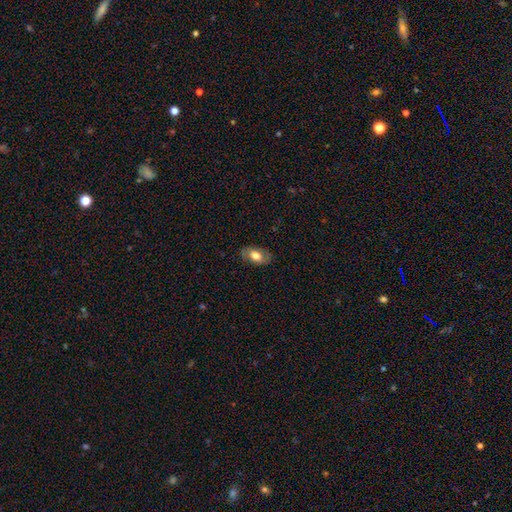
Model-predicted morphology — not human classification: Smooth or featured? Predicted: smooth (p=0.63). How rounded? Predicted: in between (p=0.92). Merging? Predicted: none (p=0.81).